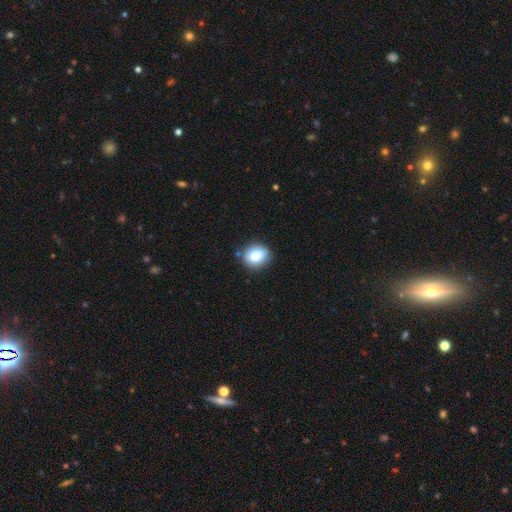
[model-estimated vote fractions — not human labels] This is clearly a smooth galaxy (82%). How rounded: likely round (68%). Merging: clearly none (82%).